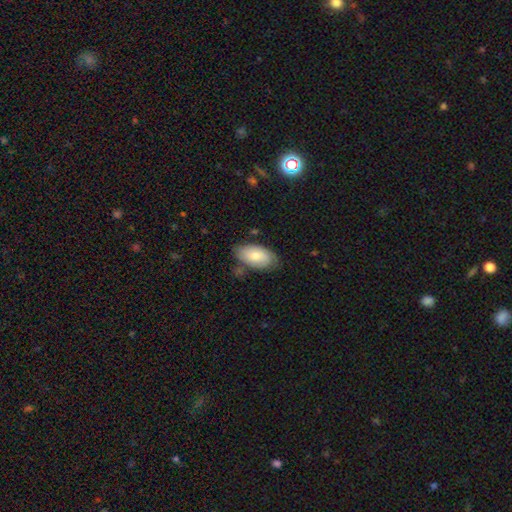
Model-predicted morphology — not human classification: This is likely a smooth galaxy (73%). How rounded: clearly in between (94%). Merging: likely none (71%).